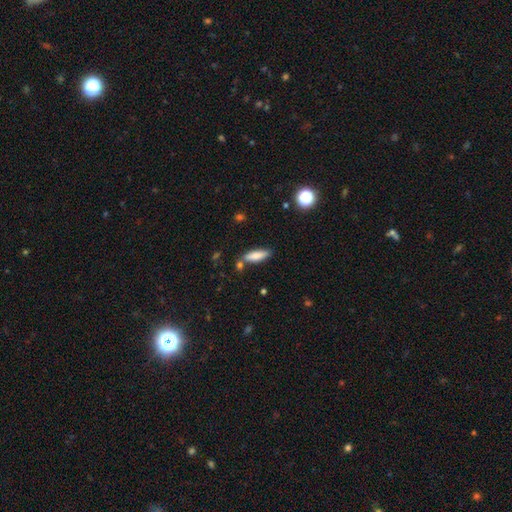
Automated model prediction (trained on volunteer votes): Smooth or featured: smooth — 81% (featured or disk — 11%)
How rounded: cigar-shaped — 52% (in between — 46%)
Merging: none — 74% (minor disturbance — 14%)